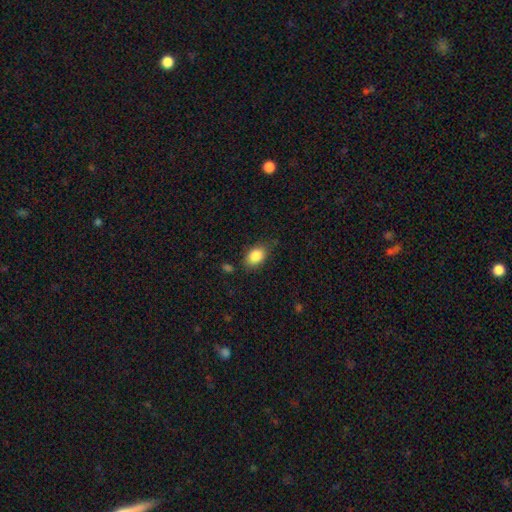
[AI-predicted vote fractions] smooth 86%, star or artifact 8%, featured or disk 7%. Down the decision tree: how rounded — in between (82%); merging — none (75%).